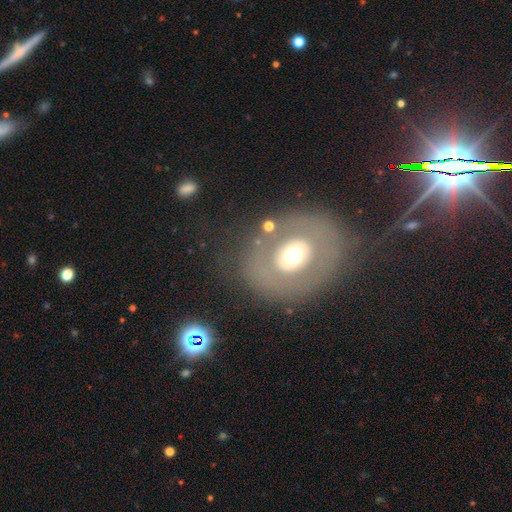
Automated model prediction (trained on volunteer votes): The model was most divided on "smooth or featured": featured or disk: 55%, smooth: 34%, star or artifact: 12%. More confident: edge-on disk — no (94%); bar — no (80%); spiral arms — no (79%); merging — none (75%); bulge size — moderate (64%).